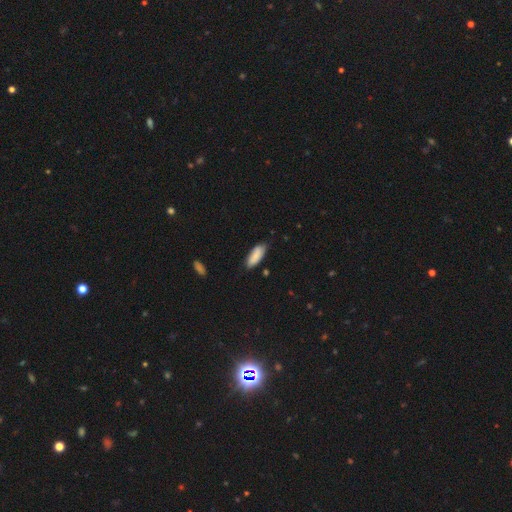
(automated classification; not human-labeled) Smooth or featured? Predicted: smooth (p=0.87). How rounded? Predicted: in between (p=0.72). Merging? Predicted: none (p=0.77).